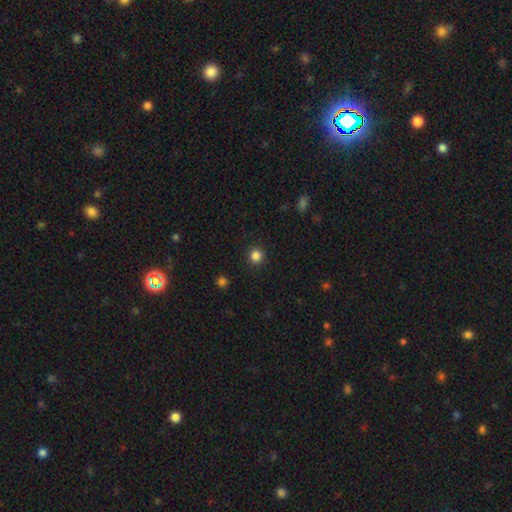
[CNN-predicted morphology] Smooth or featured? smooth (84%)
How rounded? round (95%)
Merging? none (92%)